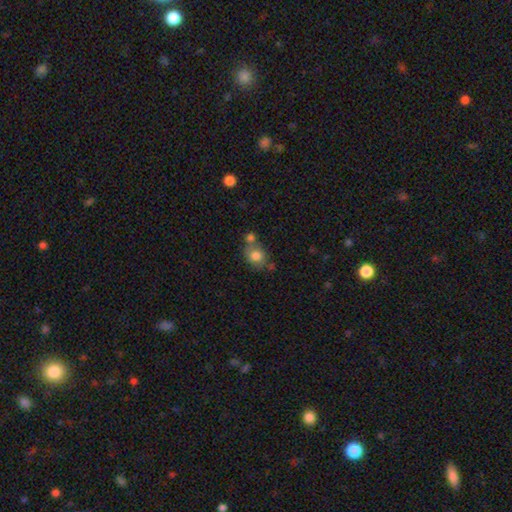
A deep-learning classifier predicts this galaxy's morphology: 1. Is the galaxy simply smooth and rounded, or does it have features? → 79% smooth, 12% featured or disk, 9% star or artifact.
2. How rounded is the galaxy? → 63% round, 36% in between, 1% cigar-shaped.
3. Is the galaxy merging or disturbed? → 50% none, 30% merger, 15% minor disturbance, 5% major disturbance.